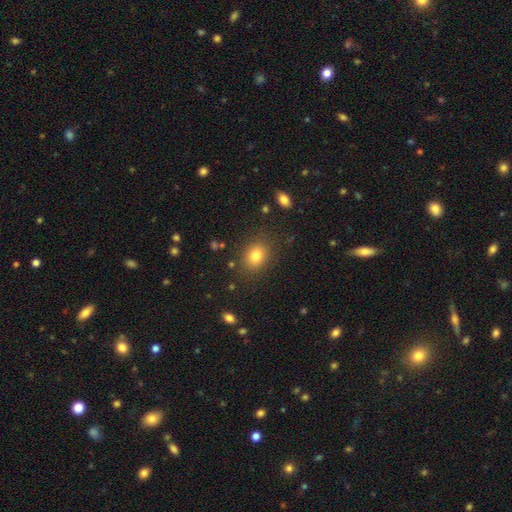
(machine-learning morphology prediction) Smooth or featured? smooth (80%)
How rounded? round (51%)
Merging? none (84%)